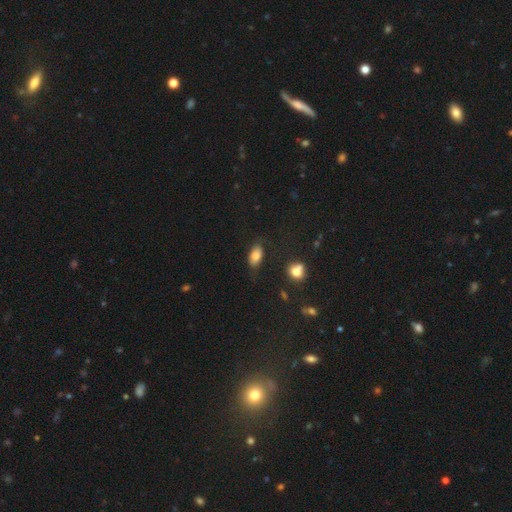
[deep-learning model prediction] Smooth or featured?
  - smooth: 80% *
  - featured or disk: 11%
  - star or artifact: 9%
How rounded?
  - in between: 89% *
  - round: 6%
  - cigar-shaped: 5%
Merging?
  - none: 70% *
  - minor disturbance: 21%
  - major disturbance: 6%
  - merger: 3%